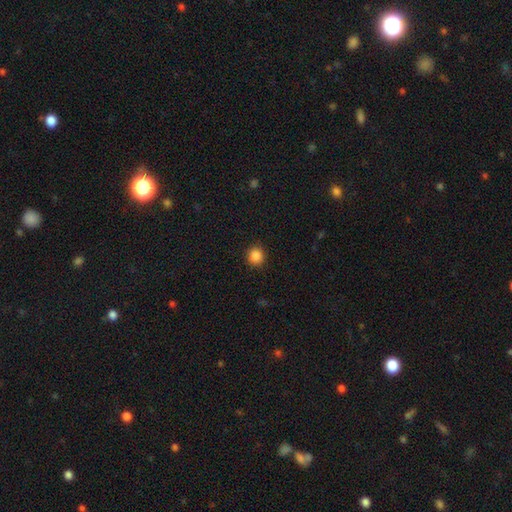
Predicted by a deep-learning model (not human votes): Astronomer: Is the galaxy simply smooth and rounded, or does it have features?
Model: smooth — 86%.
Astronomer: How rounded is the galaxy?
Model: round — 90%.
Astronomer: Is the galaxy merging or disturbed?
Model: none — 90%.